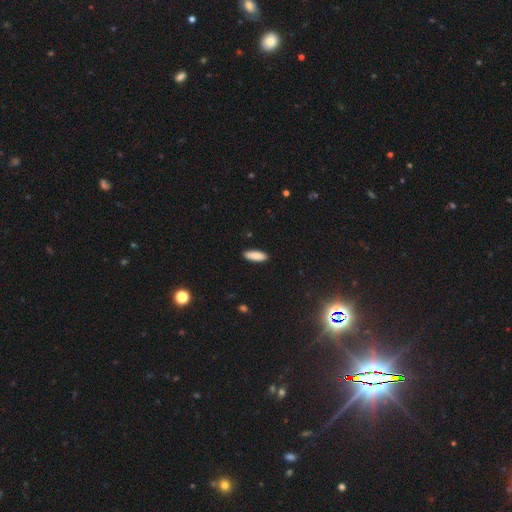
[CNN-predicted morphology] smooth 88%, star or artifact 6%, featured or disk 6%. Down the decision tree: how rounded — in between (60%); merging — none (90%).